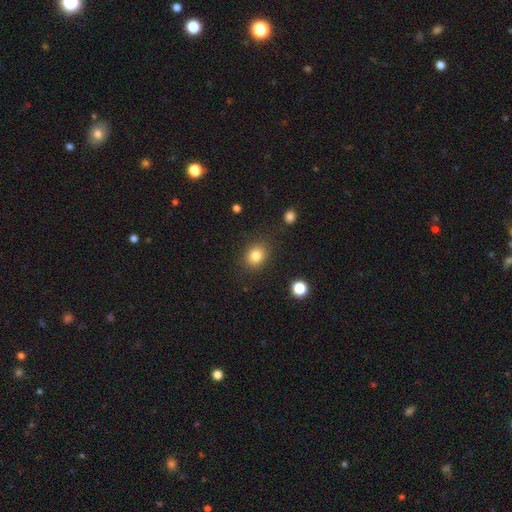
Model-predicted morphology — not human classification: This is clearly a smooth galaxy (82%). How rounded: likely round (62%). Merging: clearly none (85%).